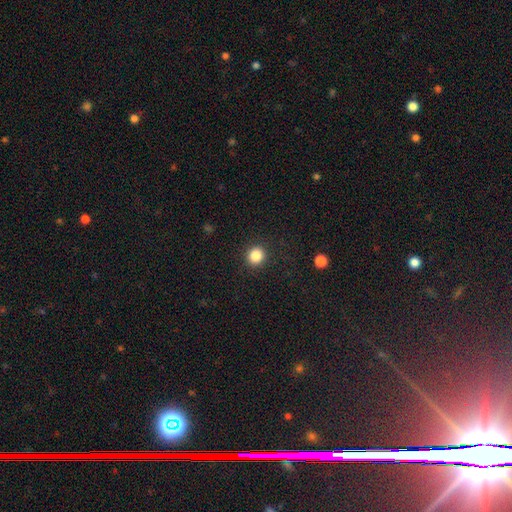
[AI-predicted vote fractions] smooth-or-featured: smooth: 85% | star or artifact: 11% | featured or disk: 4%
  how-rounded: round: 88% | in between: 11% | cigar-shaped: 1%
  merging: none: 91% | minor disturbance: 6% | major disturbance: 2% | merger: 1%